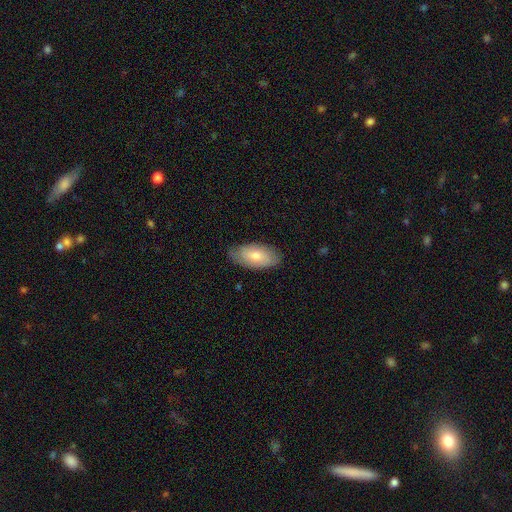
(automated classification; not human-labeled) This is likely a smooth galaxy (68%). How rounded: clearly in between (93%). Merging: likely none (80%).